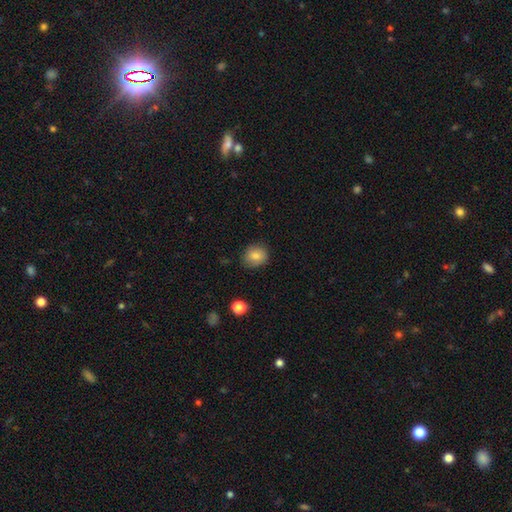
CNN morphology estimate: The model was most divided on "how rounded": round: 74%, in between: 25%, cigar-shaped: 1%. More confident: smooth or featured — smooth (82%); merging — none (81%).